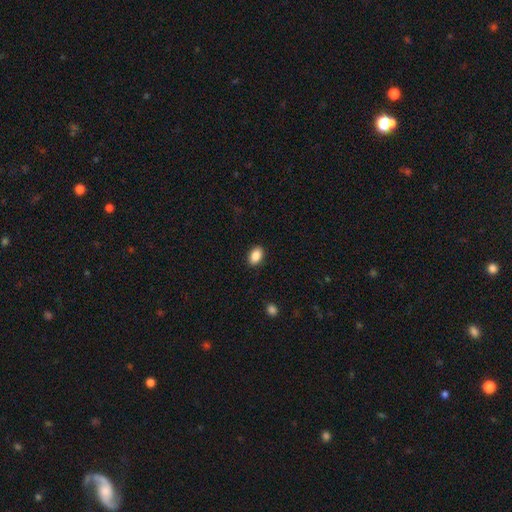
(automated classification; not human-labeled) Smooth or featured? smooth (88%)
How rounded? in between (86%)
Merging? none (90%)